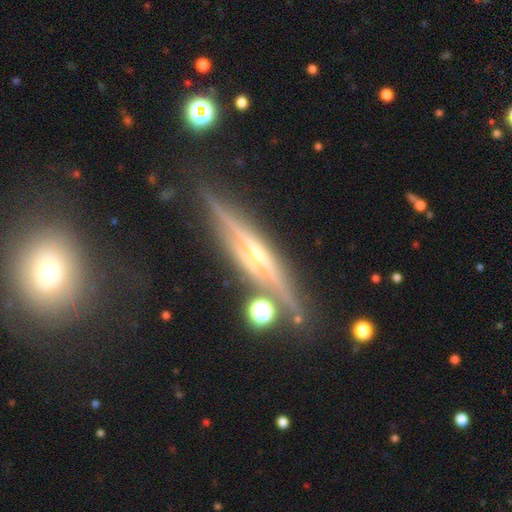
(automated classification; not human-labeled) Overall: featured or disk (83%). Edge-on disk: yes (96%). Edge-on bulge: rounded (65%). Merging: none (84%).